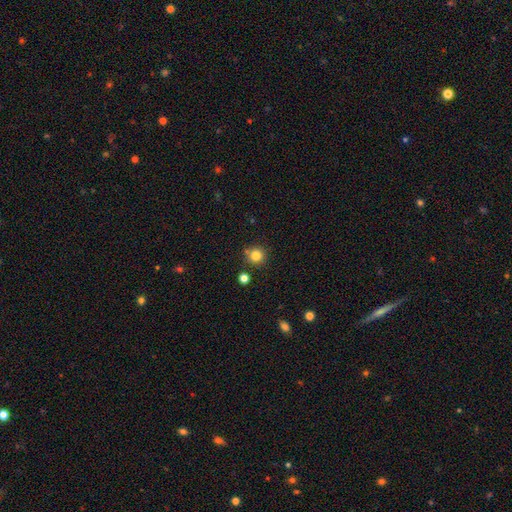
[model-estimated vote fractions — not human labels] This appears to be a smooth galaxy with no disk features (81%) that is round (93%). Merging: none (81%).